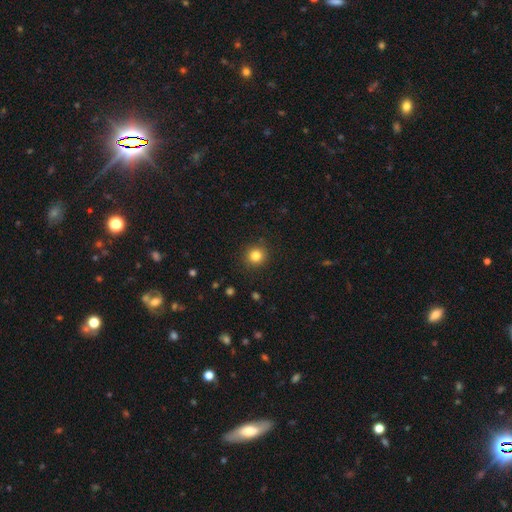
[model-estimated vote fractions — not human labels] Q: Smooth or featured?
A: smooth (83%); runner-up: star or artifact (12%)
Q: How rounded?
A: round (91%); runner-up: in between (8%)
Q: Merging?
A: none (90%); runner-up: minor disturbance (7%)